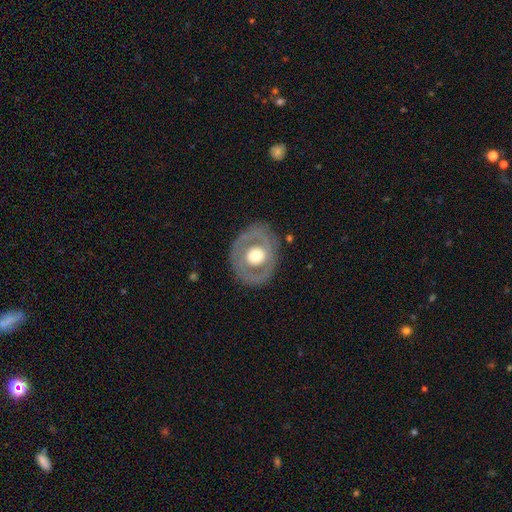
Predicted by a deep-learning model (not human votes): Smooth or featured? featured or disk (60%)
Edge-on disk? no (95%)
Bar? no (83%)
Spiral arms? no (77%)
Bulge size? moderate (58%)
Merging? none (80%)